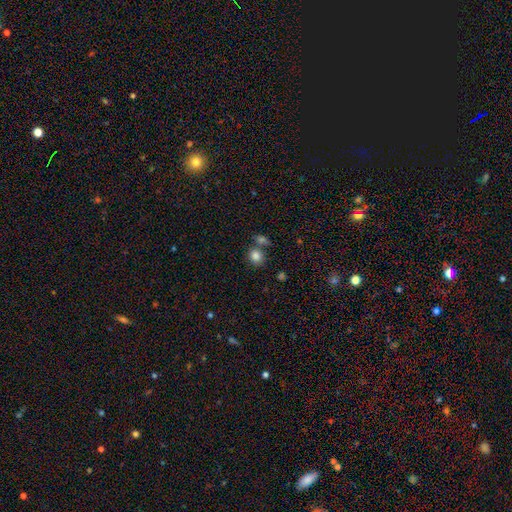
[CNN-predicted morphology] A smooth galaxy with no disk features (84%) that is round (72%).

Vote fractions:
- Smooth or featured? smooth: 84% / star or artifact: 10% / featured or disk: 6%
- How rounded? round: 72% / in between: 27% / cigar-shaped: 1%
- Merging? none: 62% / merger: 23% / minor disturbance: 11% / major disturbance: 4%